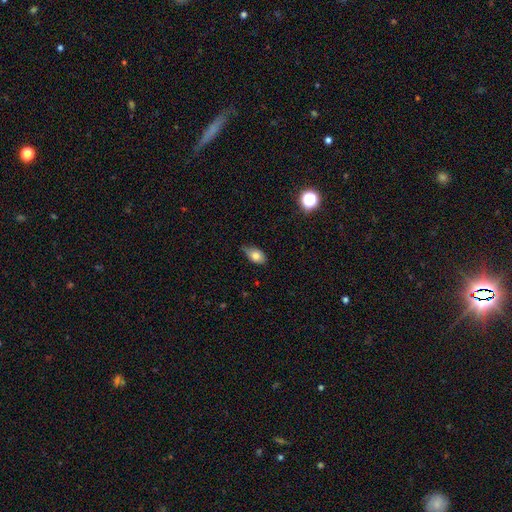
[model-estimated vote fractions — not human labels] The model was most divided on "merging": none: 58%, minor disturbance: 35%, major disturbance: 5%, merger: 2%. More confident: how rounded — in between (87%); smooth or featured — smooth (77%).